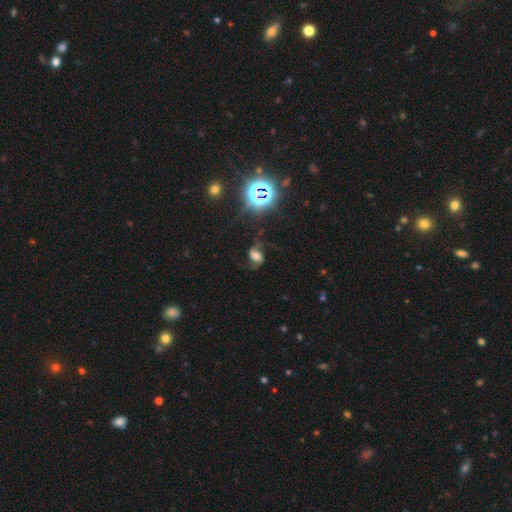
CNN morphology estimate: Smooth or featured?
  - featured or disk: 50% *
  - smooth: 27%
  - star or artifact: 23%
Merging?
  - none: 60% *
  - minor disturbance: 19%
  - major disturbance: 18%
  - merger: 3%